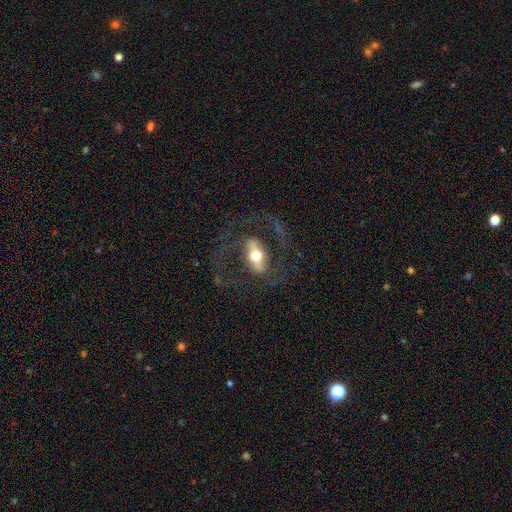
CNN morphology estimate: Q: Smooth or featured?
A: featured or disk (77%); runner-up: smooth (17%)
Q: Edge-on disk?
A: no (85%); runner-up: yes (15%)
Q: Bar?
A: strong (62%); runner-up: weak (23%)
Q: Spiral arms?
A: yes (75%); runner-up: no (25%)
Q: Bulge size?
A: moderate (65%); runner-up: large (22%)
Q: Merging?
A: none (68%); runner-up: major disturbance (18%)